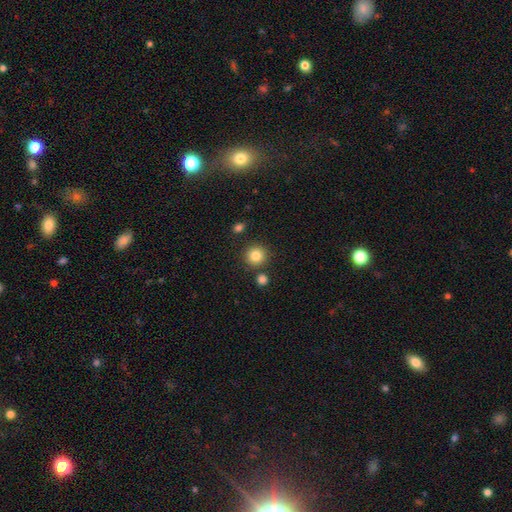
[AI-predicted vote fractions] Overall: smooth (84%). How rounded: round (93%). Merging: none (84%).